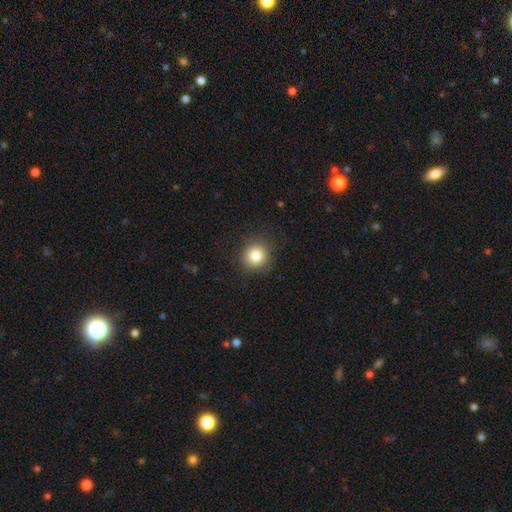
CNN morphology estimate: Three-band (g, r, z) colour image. It shows a smooth galaxy with no disk features (82%) that is round (90%). Merging: none (88%).